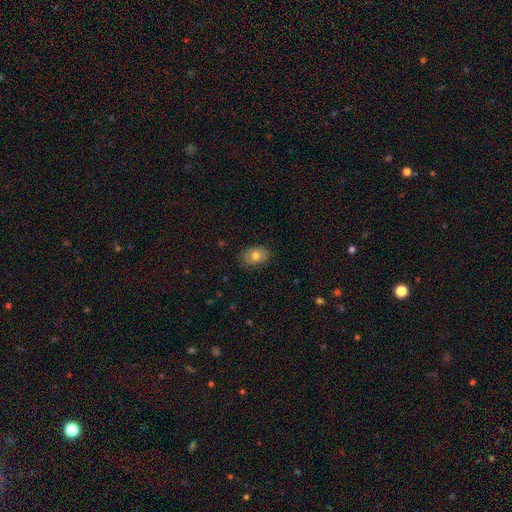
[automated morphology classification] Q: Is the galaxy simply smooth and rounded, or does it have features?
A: smooth — 71%.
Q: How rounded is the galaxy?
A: in between — 77%.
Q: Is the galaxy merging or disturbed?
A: none — 82%.